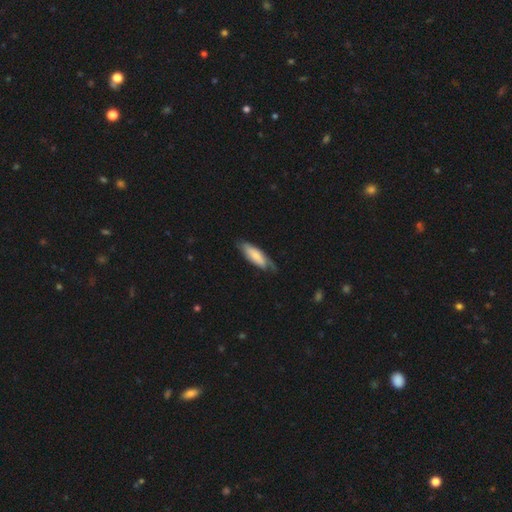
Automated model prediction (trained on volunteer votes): A smooth galaxy with no disk features (59%) that is in between round and cigar-shaped (58%).

Vote fractions:
- Smooth or featured? smooth: 59% / featured or disk: 36% / star or artifact: 6%
- How rounded? in between: 58% / cigar-shaped: 40% / round: 2%
- Merging? none: 62% / minor disturbance: 28% / major disturbance: 9% / merger: 2%